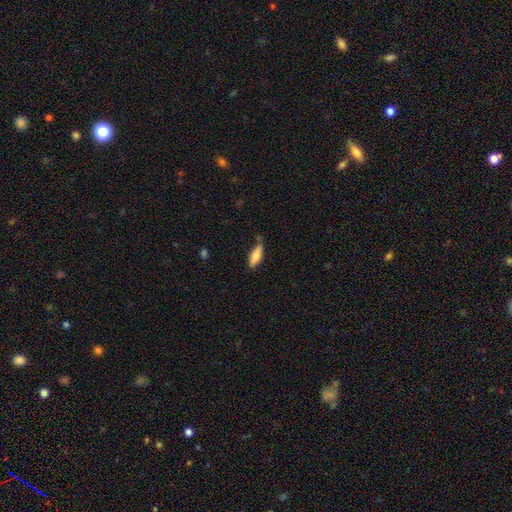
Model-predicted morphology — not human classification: smooth_or_featured: smooth (p=0.71) [alt: featured or disk p=0.23]
how_rounded: in between (p=0.52) [alt: cigar-shaped p=0.46]
merging: none (p=0.74) [alt: minor disturbance p=0.19]